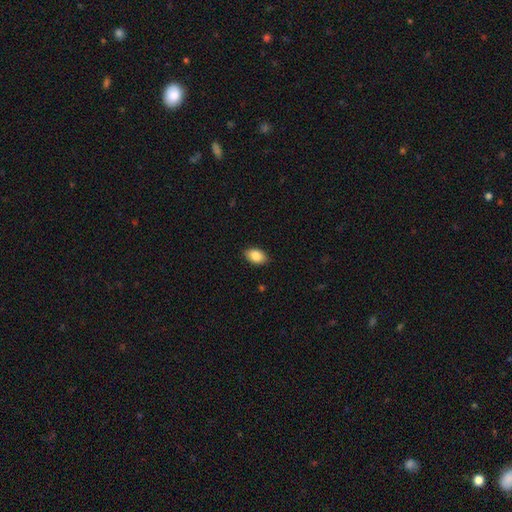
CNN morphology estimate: smooth 87%, star or artifact 7%, featured or disk 6%. Down the decision tree: how rounded — in between (90%); merging — none (88%).